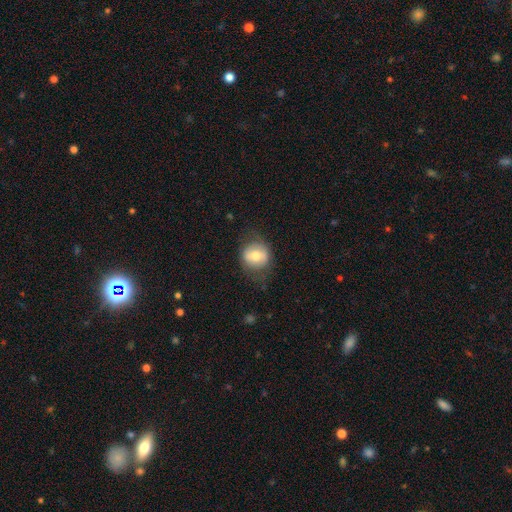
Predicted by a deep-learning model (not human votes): smooth-or-featured: smooth: 64% | featured or disk: 28% | star or artifact: 8%
  how-rounded: round: 81% | in between: 18% | cigar-shaped: 1%
  merging: none: 72% | minor disturbance: 18% | major disturbance: 9% | merger: 1%